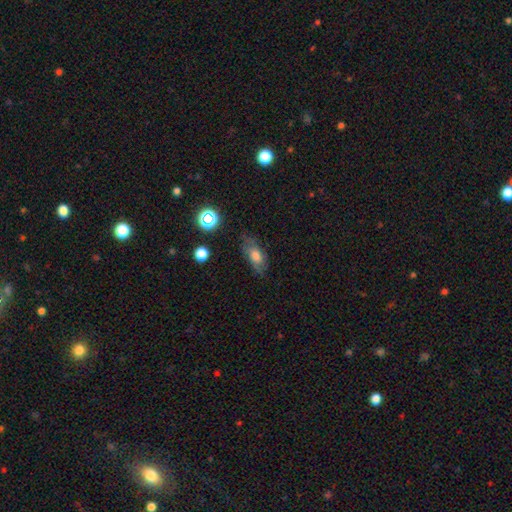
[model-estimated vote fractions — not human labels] Morphology: type=smooth (63%); roundness=in between (82%); merging=none (68%).